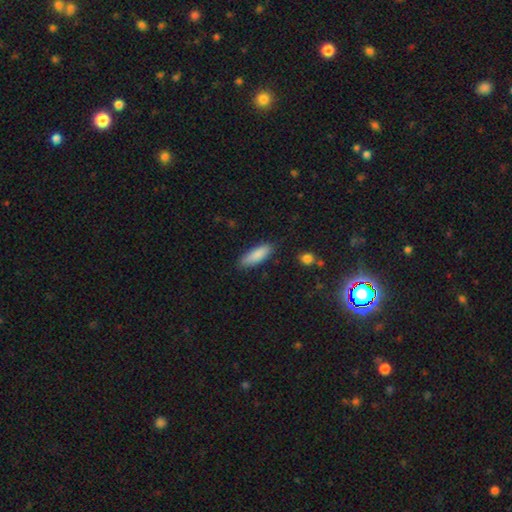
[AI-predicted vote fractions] Smooth or featured? smooth (87%)
How rounded? in between (62%)
Merging? none (84%)